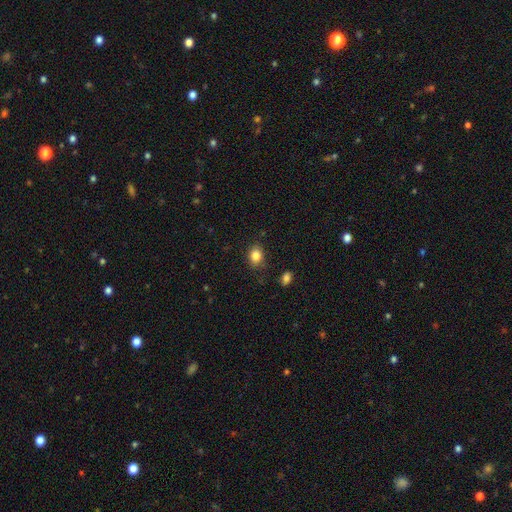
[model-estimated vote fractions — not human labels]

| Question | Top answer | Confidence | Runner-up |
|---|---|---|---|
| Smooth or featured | smooth | 85% | star or artifact (10%) |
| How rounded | in between | 60% | round (39%) |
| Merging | none | 82% | minor disturbance (13%) |